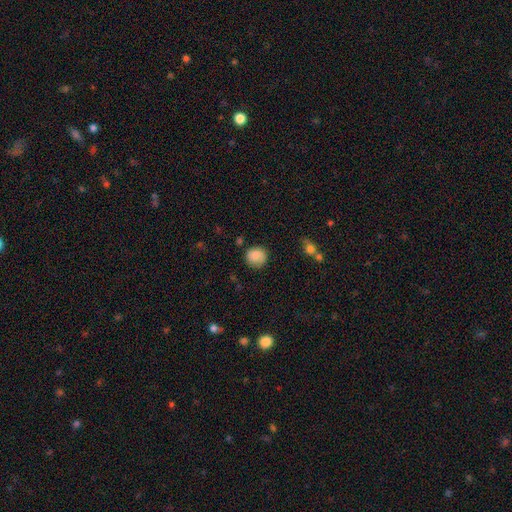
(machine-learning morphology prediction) Q: Smooth or featured?
A: smooth (83%); runner-up: featured or disk (9%)
Q: How rounded?
A: round (88%); runner-up: in between (11%)
Q: Merging?
A: none (77%); runner-up: minor disturbance (16%)